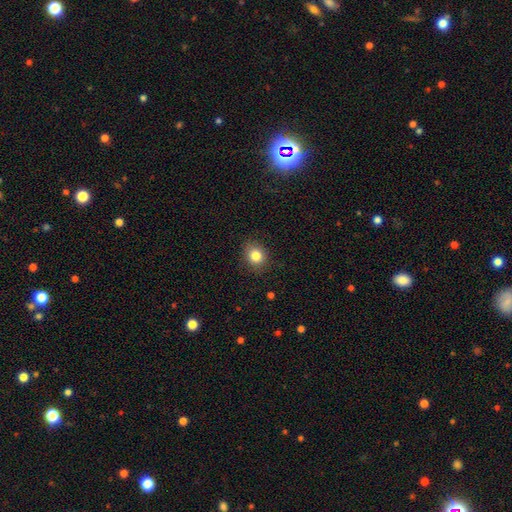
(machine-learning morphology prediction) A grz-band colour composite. It shows a smooth galaxy with no disk features (83%) that is round (71%). Merging: none (87%).